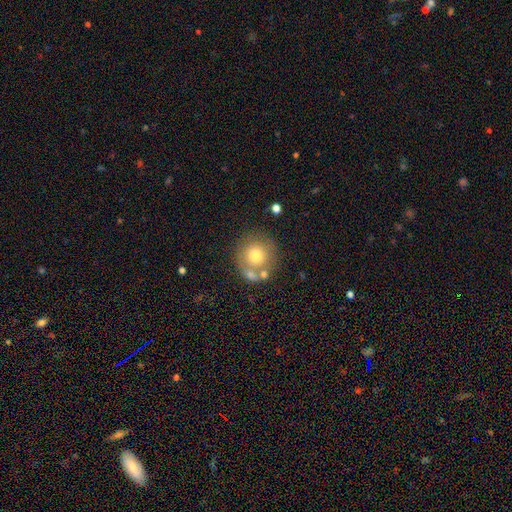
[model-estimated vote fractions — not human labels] smooth_or_featured: smooth (p=0.68) [alt: featured or disk p=0.22]
how_rounded: round (p=0.92) [alt: in between p=0.07]
merging: none (p=0.61) [alt: merger p=0.20]